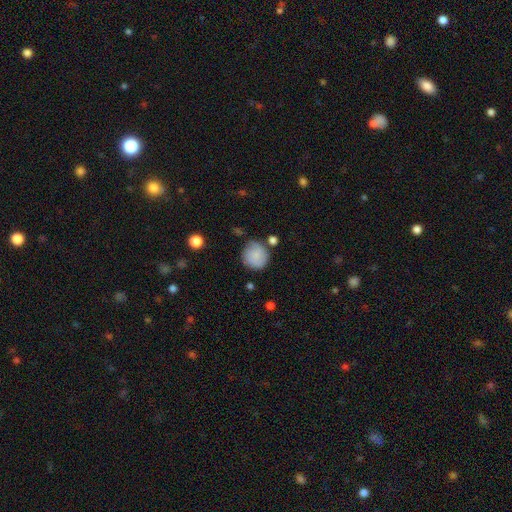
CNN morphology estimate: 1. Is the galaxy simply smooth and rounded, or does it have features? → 80% smooth, 12% featured or disk, 7% star or artifact.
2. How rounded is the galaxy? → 89% round, 10% in between, 1% cigar-shaped.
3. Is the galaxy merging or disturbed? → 70% none, 20% minor disturbance, 5% merger, 5% major disturbance.